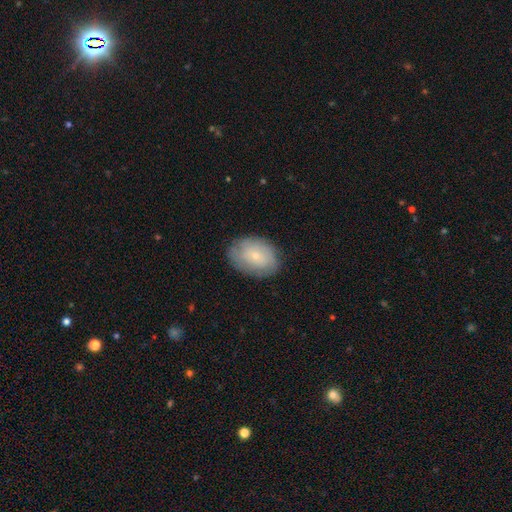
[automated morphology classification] Smooth or featured? smooth (56%)
How rounded? in between (77%)
Merging? none (78%)